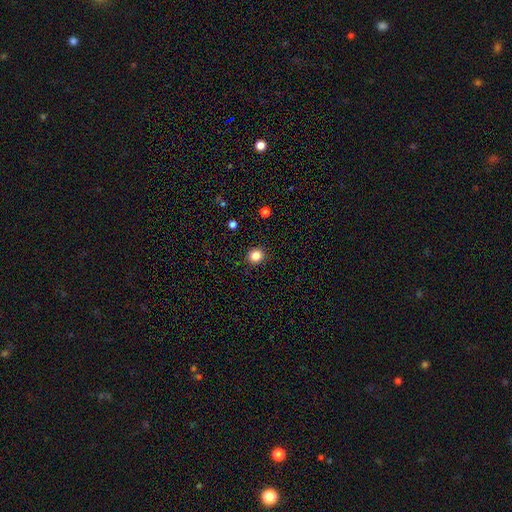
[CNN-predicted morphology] A smooth galaxy with no disk features (84%) that is round (87%).

Vote fractions:
- Smooth or featured? smooth: 84% / star or artifact: 11% / featured or disk: 4%
- How rounded? round: 87% / in between: 13% / cigar-shaped: 1%
- Merging? none: 92% / minor disturbance: 6% / major disturbance: 2% / merger: 1%